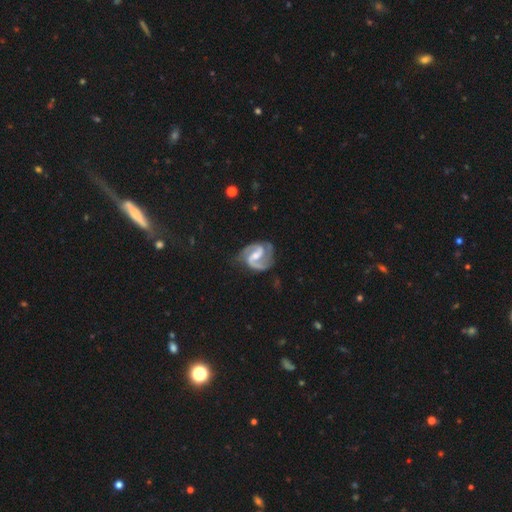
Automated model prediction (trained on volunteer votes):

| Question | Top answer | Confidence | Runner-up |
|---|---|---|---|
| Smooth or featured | featured or disk | 91% | smooth (5%) |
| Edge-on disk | no | 98% | yes (2%) |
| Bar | weak | 48% | strong (37%) |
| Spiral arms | yes | 98% | no (2%) |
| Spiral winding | medium | 57% | tight (24%) |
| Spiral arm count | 2 | 91% | 1 (3%) |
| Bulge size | moderate | 45% | small (39%) |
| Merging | none | 69% | minor disturbance (19%) |